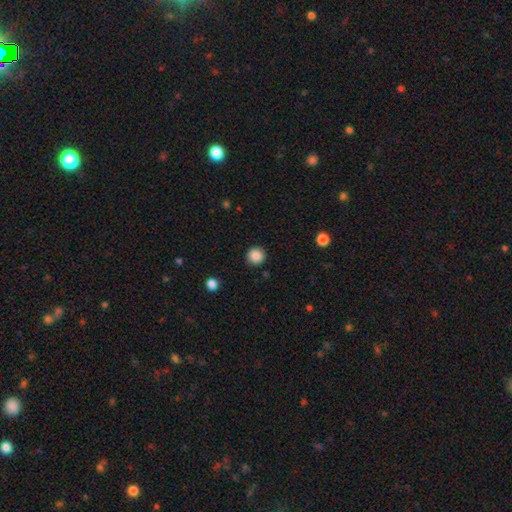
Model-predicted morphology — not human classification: This is clearly a smooth galaxy (87%). How rounded: clearly round (94%). Merging: clearly none (91%).